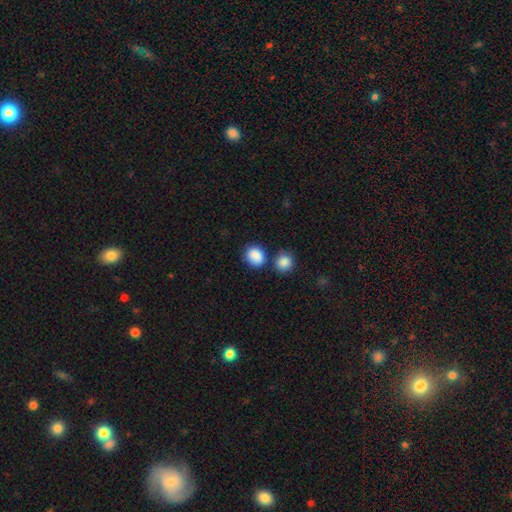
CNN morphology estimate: smooth-or-featured: smooth: 88% | star or artifact: 8% | featured or disk: 4%
  how-rounded: round: 60% | in between: 39% | cigar-shaped: 1%
  merging: none: 66% | merger: 16% | minor disturbance: 13% | major disturbance: 4%